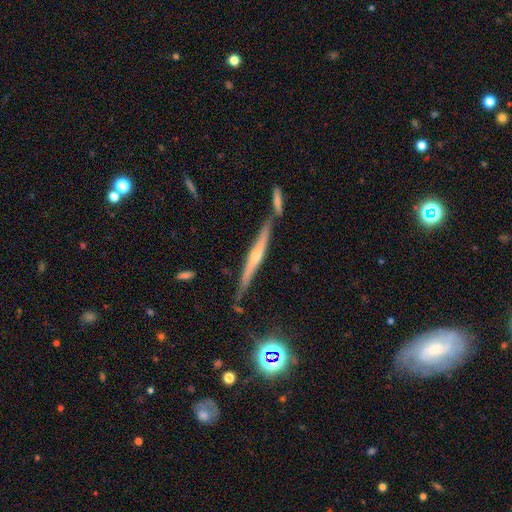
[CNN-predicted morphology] The model was most divided on "smooth or featured": featured or disk: 74%, smooth: 17%, star or artifact: 9%. More confident: edge-on disk — yes (96%); edge-on bulge — rounded (78%); merging — none (73%).